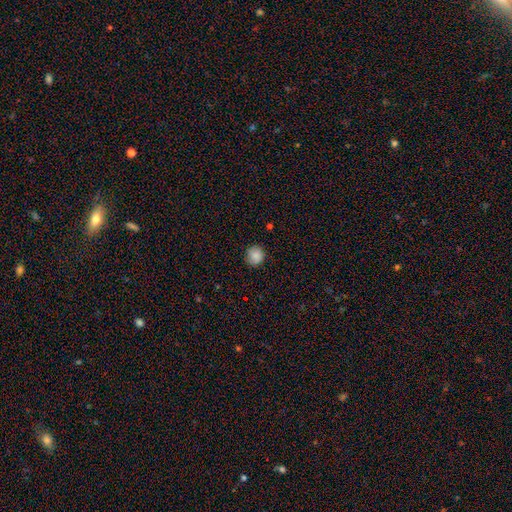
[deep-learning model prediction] A smooth galaxy with no disk features (85%) that is round (89%).

Vote fractions:
- Smooth or featured? smooth: 85% / star or artifact: 9% / featured or disk: 6%
- How rounded? round: 89% / in between: 10% / cigar-shaped: 1%
- Merging? none: 85% / minor disturbance: 11% / major disturbance: 2% / merger: 1%